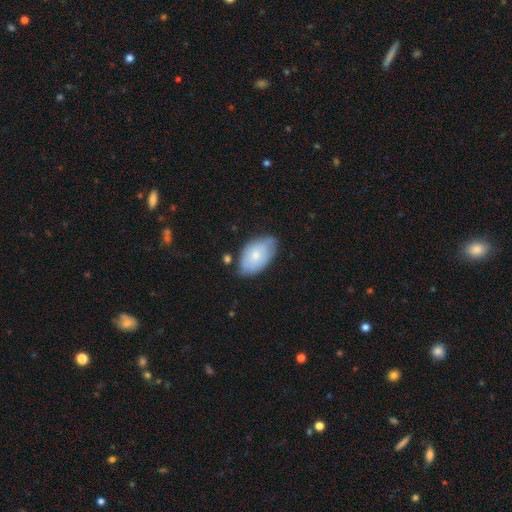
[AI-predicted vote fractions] Smooth or featured: smooth — 68% (featured or disk — 26%)
How rounded: in between — 93% (round — 6%)
Merging: none — 59% (minor disturbance — 31%)